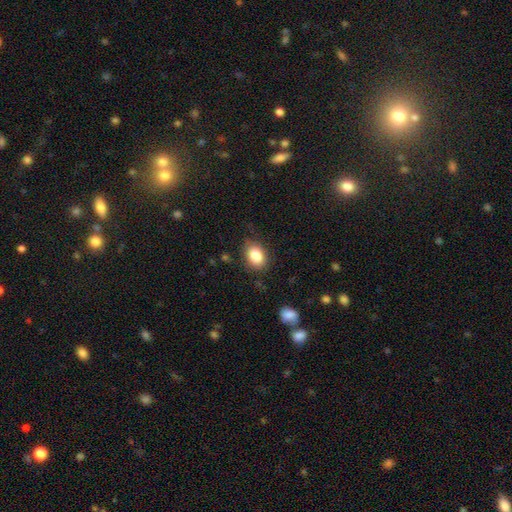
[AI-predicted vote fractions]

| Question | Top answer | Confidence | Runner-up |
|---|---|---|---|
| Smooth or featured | smooth | 85% | star or artifact (9%) |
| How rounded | in between | 69% | round (30%) |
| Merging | none | 81% | minor disturbance (14%) |